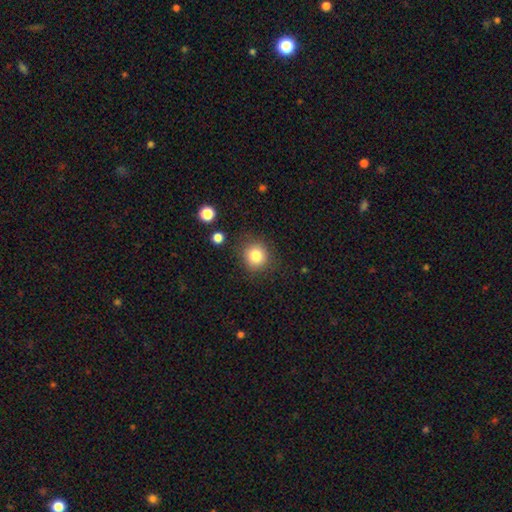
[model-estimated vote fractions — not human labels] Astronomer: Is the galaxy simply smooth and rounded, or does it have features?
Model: smooth — 82%.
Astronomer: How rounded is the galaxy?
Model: round — 88%.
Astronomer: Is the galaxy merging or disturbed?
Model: none — 84%.